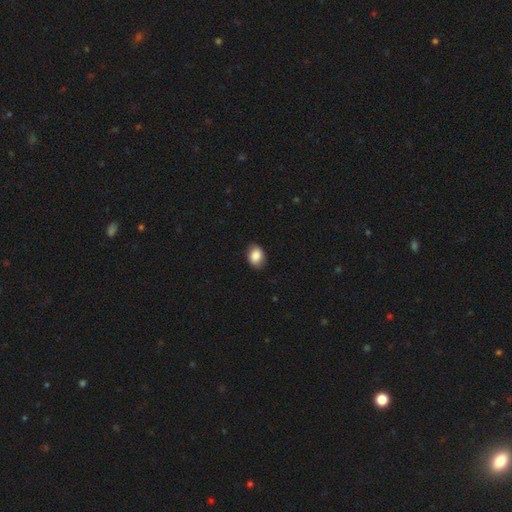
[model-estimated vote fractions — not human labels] This appears to be a smooth galaxy with no disk features (87%) that is in between round and cigar-shaped (71%). Merging: none (83%).